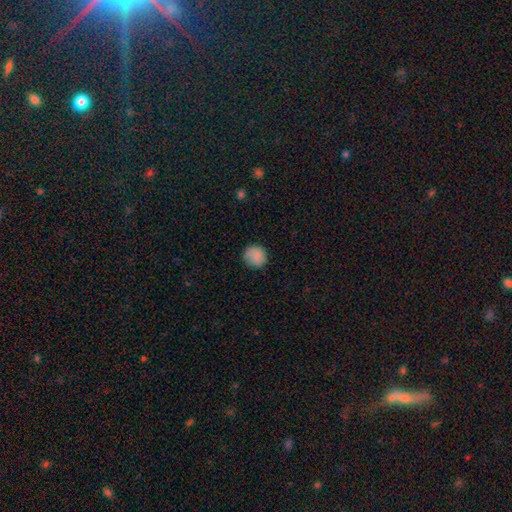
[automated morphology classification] type=smooth (85%); roundness=round (90%); merging=none (81%).